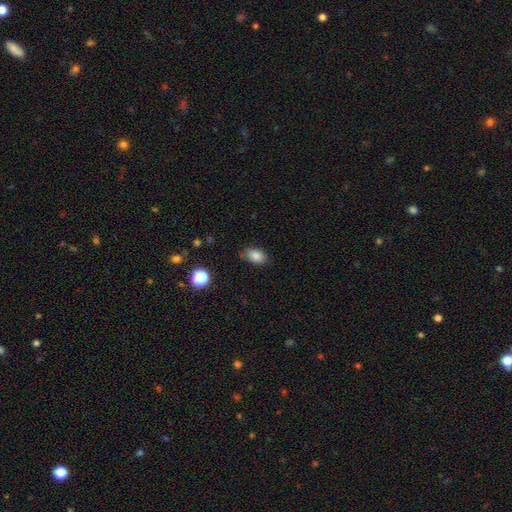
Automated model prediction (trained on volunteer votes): smooth 83%, star or artifact 10%, featured or disk 7%. Down the decision tree: how rounded — in between (87%); merging — none (79%).